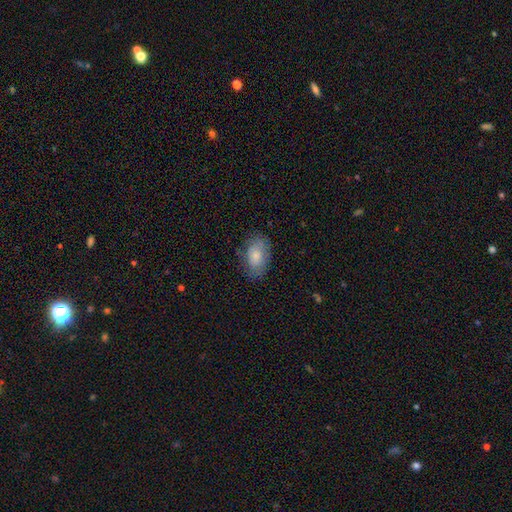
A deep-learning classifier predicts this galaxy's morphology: smooth-or-featured: smooth: 78% | featured or disk: 15% | star or artifact: 7%
  how-rounded: in between: 90% | round: 9% | cigar-shaped: 1%
  merging: none: 75% | minor disturbance: 19% | major disturbance: 5% | merger: 1%